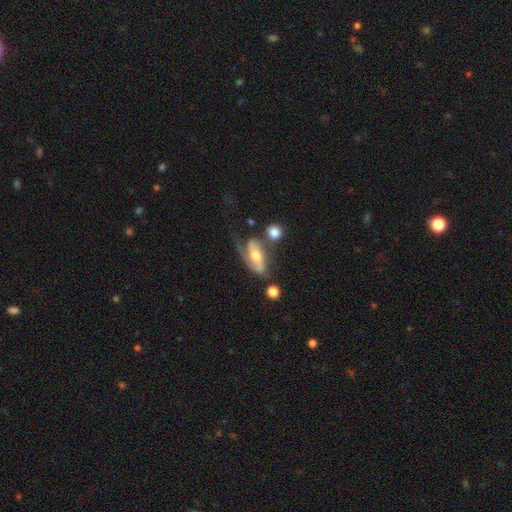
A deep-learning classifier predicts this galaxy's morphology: featured or disk 68%, smooth 25%, star or artifact 6%. Down the decision tree: edge-on disk — no (91%); bar — no (44%); spiral arms — yes (87%); spiral arm count — 2 (53%); spiral winding — medium (39%); bulge size — moderate (67%); merging — none (35%).